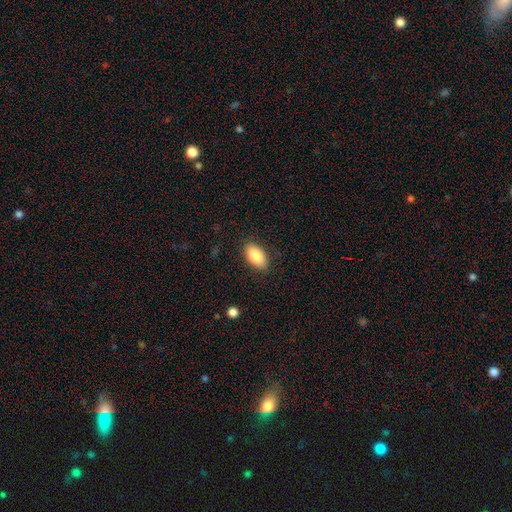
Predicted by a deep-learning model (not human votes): Overall: smooth (88%). How rounded: in between (94%). Merging: none (86%).